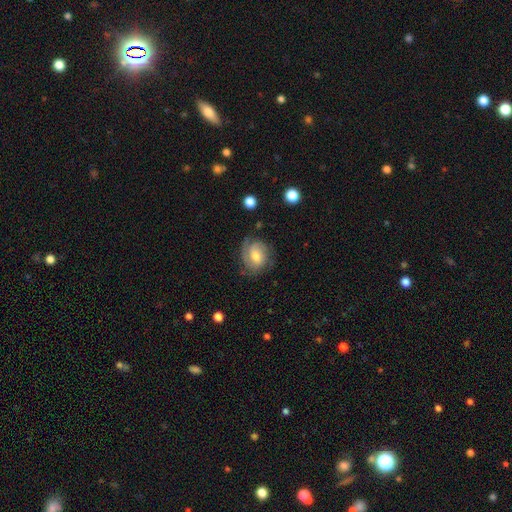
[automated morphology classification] smooth_or_featured: featured or disk (p=0.71) [alt: smooth p=0.22]
disk_edge_on: no (p=0.97) [alt: yes p=0.03]
bar: no (p=0.49) [alt: weak p=0.42]
has_spiral_arms: yes (p=0.92) [alt: no p=0.08]
spiral_winding: tight (p=0.56) [alt: medium p=0.34]
spiral_arm_count: 2 (p=0.45) [alt: can't tell p=0.22]
bulge_size: moderate (p=0.56) [alt: small p=0.35]
merging: none (p=0.71) [alt: minor disturbance p=0.19]